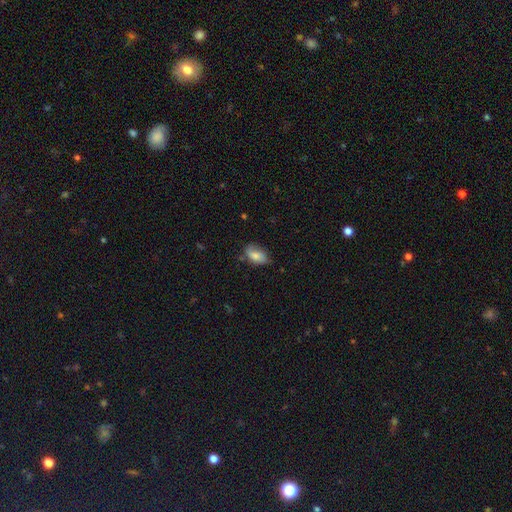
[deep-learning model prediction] smooth_or_featured: smooth (p=0.73) [alt: featured or disk p=0.19]
how_rounded: in between (p=0.90) [alt: round p=0.07]
merging: none (p=0.55) [alt: minor disturbance p=0.34]